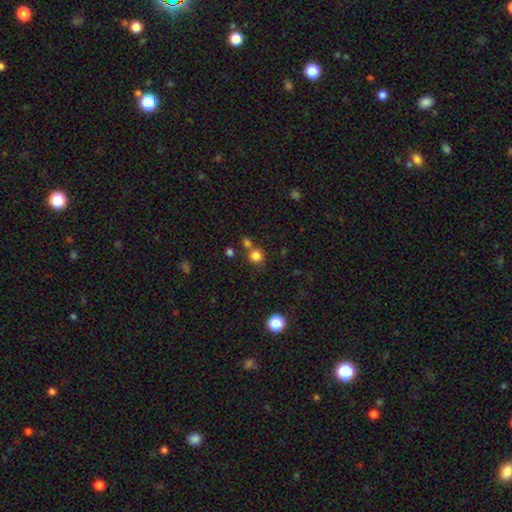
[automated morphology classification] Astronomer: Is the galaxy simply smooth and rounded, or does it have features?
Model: smooth — 80%.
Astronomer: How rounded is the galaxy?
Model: round — 90%.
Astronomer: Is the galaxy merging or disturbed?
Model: none — 66%.